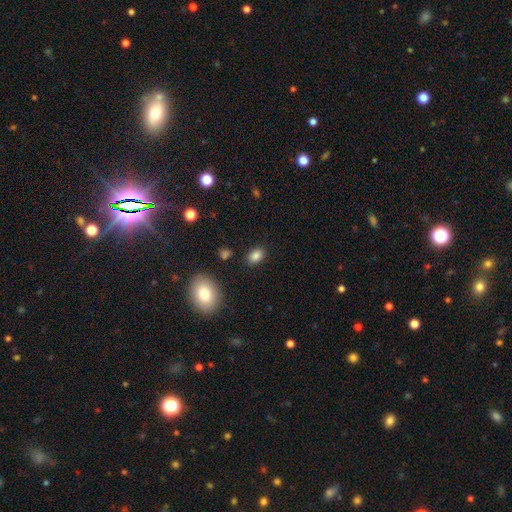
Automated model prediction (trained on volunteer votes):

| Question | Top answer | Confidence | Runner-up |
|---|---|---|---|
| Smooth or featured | smooth | 85% | star or artifact (10%) |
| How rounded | in between | 83% | round (16%) |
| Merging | none | 85% | minor disturbance (10%) |